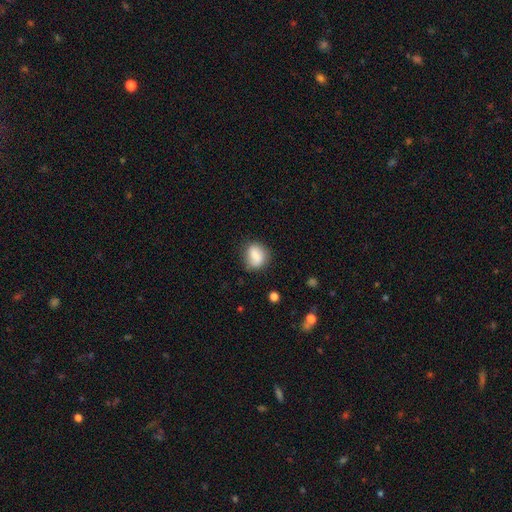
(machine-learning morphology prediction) This is likely a smooth galaxy (79%). How rounded: possibly in between (50%). Merging: likely none (66%).